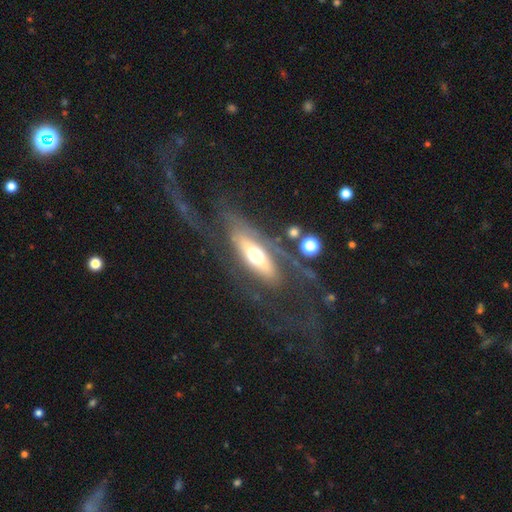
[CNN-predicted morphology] type=featured or disk (64%); edge-on=no (56%); merging=none (52%).